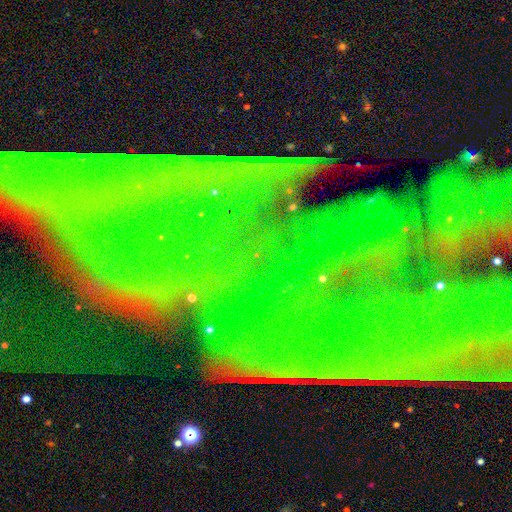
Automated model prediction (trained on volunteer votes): This is likely a star or artifact rather than a galaxy (78%).